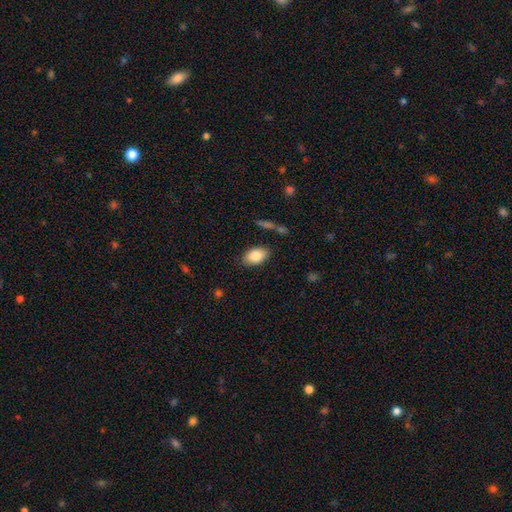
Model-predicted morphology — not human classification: smooth-or-featured: smooth: 85% | featured or disk: 8% | star or artifact: 7%
  how-rounded: in between: 90% | round: 8% | cigar-shaped: 2%
  merging: none: 84% | minor disturbance: 11% | major disturbance: 3% | merger: 2%